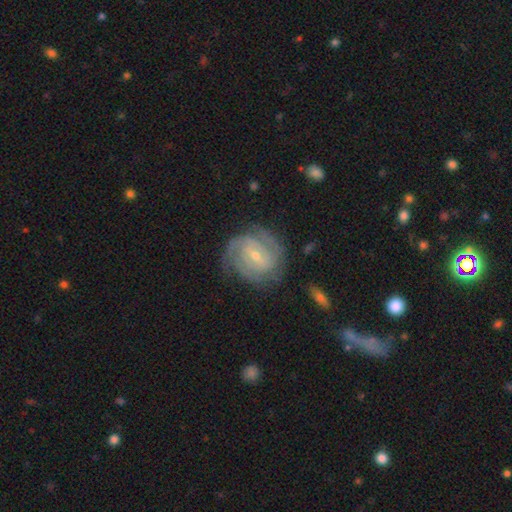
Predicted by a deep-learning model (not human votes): smooth_or_featured: featured or disk (p=0.84) [alt: smooth p=0.10]
disk_edge_on: no (p=0.97) [alt: yes p=0.03]
bar: weak (p=0.54) [alt: no p=0.28]
has_spiral_arms: yes (p=0.96) [alt: no p=0.04]
spiral_winding: tight (p=0.68) [alt: medium p=0.26]
spiral_arm_count: can't tell (p=0.29) [alt: 2 p=0.26]
bulge_size: small (p=0.62) [alt: moderate p=0.34]
merging: none (p=0.74) [alt: minor disturbance p=0.17]